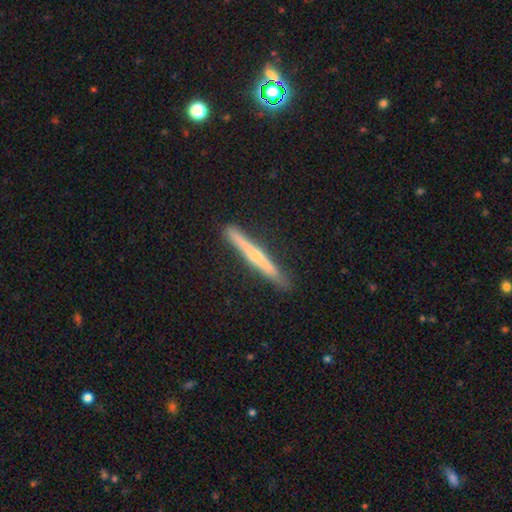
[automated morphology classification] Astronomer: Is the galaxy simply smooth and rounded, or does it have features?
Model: featured or disk — 58% (runner-up: smooth, 36%).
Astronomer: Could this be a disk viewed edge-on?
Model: yes — 98%.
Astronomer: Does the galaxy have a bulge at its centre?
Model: rounded — 59% (runner-up: none, 34%).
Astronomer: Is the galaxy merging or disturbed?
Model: none — 90%.